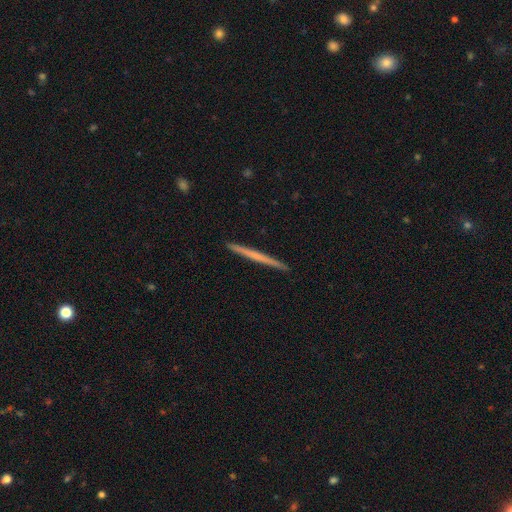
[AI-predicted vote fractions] Morphology: type=featured or disk (49%); merging=none (93%).